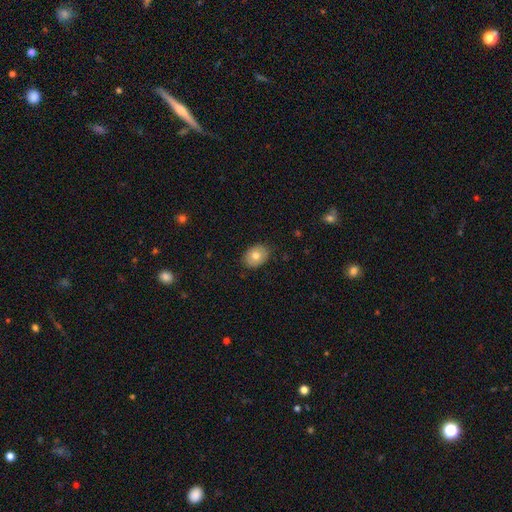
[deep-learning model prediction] The model was most divided on "how rounded": in between: 64%, round: 35%, cigar-shaped: 1%. More confident: merging — none (86%); smooth or featured — smooth (77%).